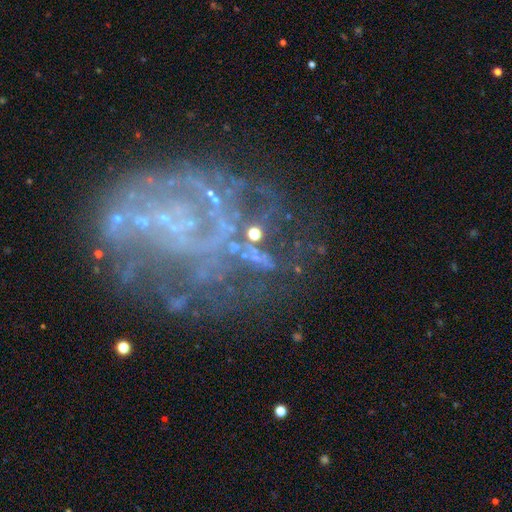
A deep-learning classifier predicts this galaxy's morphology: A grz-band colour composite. It shows a featured or disk galaxy (56%) with no bar (72%), spiral arms (51%) and no central bulge (46%). Merging: none (45%).